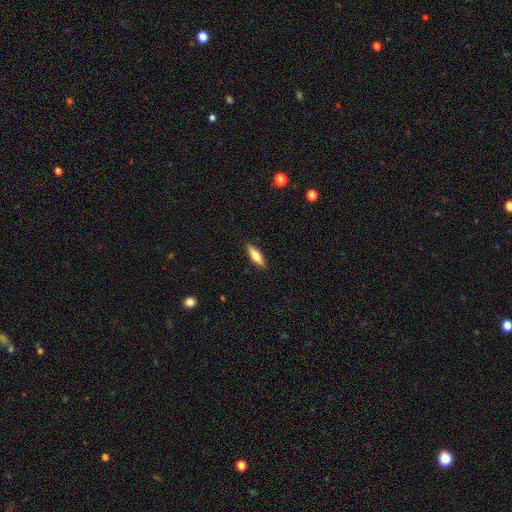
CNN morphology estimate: This is likely a smooth galaxy (61%). How rounded: possibly cigar-shaped (54%). Merging: clearly none (89%).